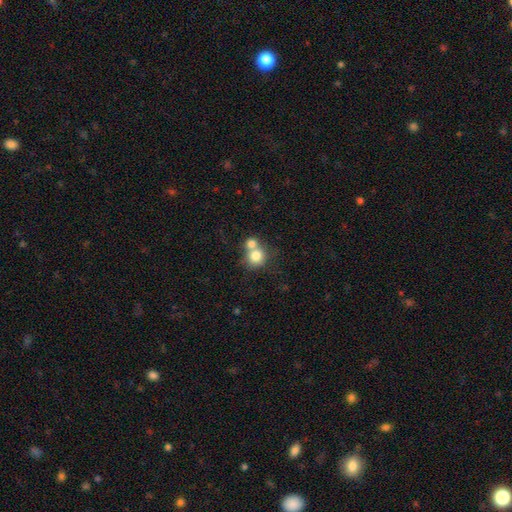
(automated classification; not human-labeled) smooth 78%, featured or disk 13%, star or artifact 10%. Down the decision tree: how rounded — round (85%); merging — merger (54%).